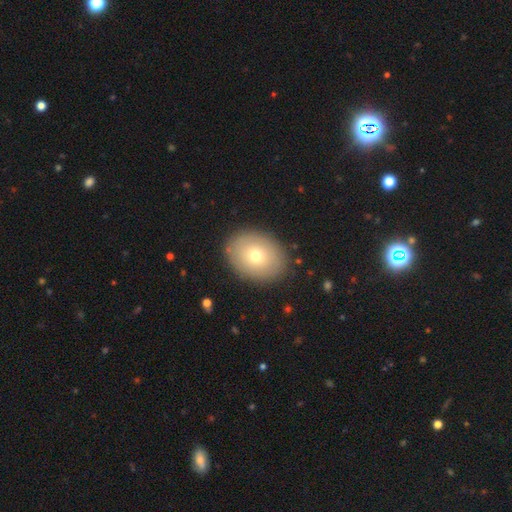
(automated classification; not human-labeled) Morphology: type=smooth (71%); roundness=in between (64%); merging=none (88%).